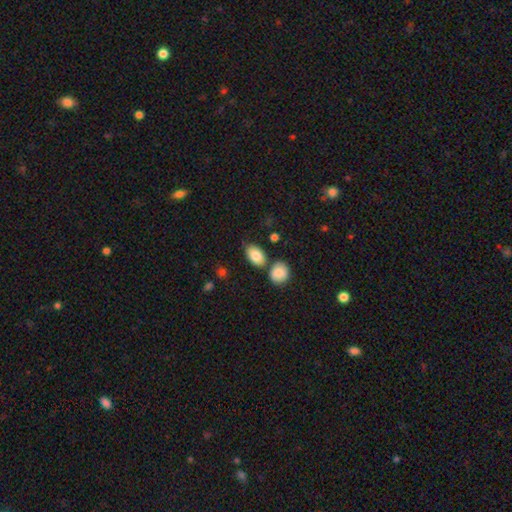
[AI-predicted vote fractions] A smooth galaxy with no disk features (86%) that is in between round and cigar-shaped (90%). Merging: none (66%).